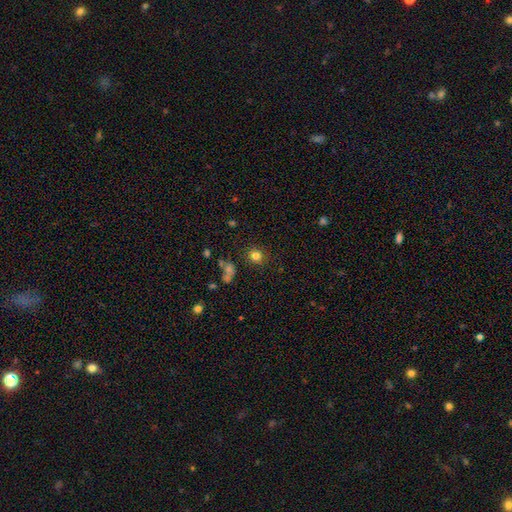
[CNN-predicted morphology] smooth_or_featured: smooth (p=0.80) [alt: star or artifact p=0.14]
how_rounded: round (p=0.85) [alt: in between p=0.14]
merging: none (p=0.84) [alt: minor disturbance p=0.09]